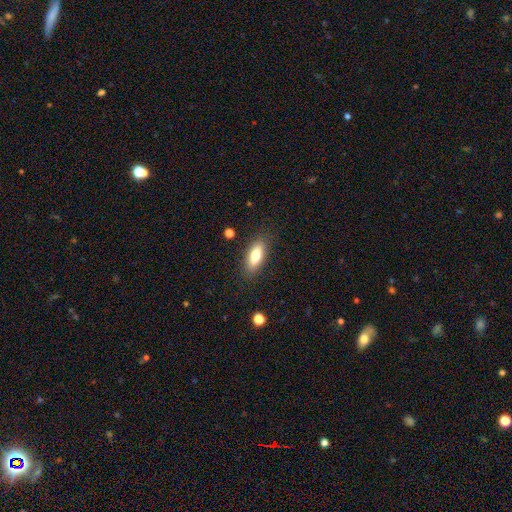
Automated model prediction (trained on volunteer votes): smooth-or-featured: smooth: 76% | featured or disk: 16% | star or artifact: 7%
  how-rounded: in between: 71% | cigar-shaped: 26% | round: 3%
  merging: none: 85% | minor disturbance: 10% | major disturbance: 3% | merger: 1%